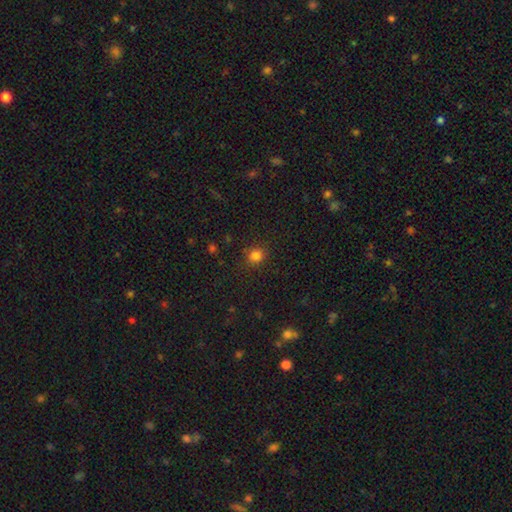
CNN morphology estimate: Q: Smooth or featured?
A: smooth (81%); runner-up: star or artifact (14%)
Q: How rounded?
A: round (82%); runner-up: in between (17%)
Q: Merging?
A: none (86%); runner-up: minor disturbance (9%)